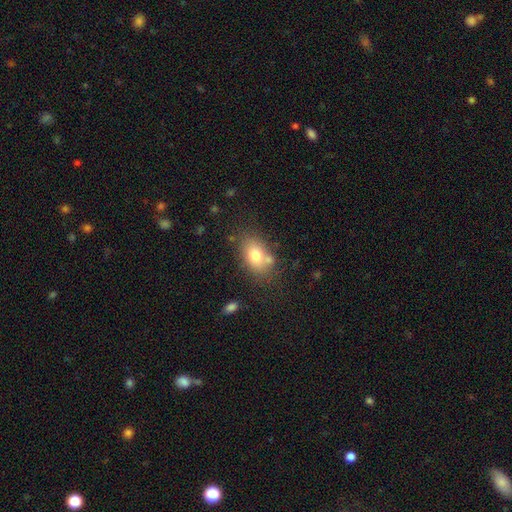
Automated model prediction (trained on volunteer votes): A smooth galaxy with no disk features (74%) that is in between round and cigar-shaped (80%). Merging: none (65%).